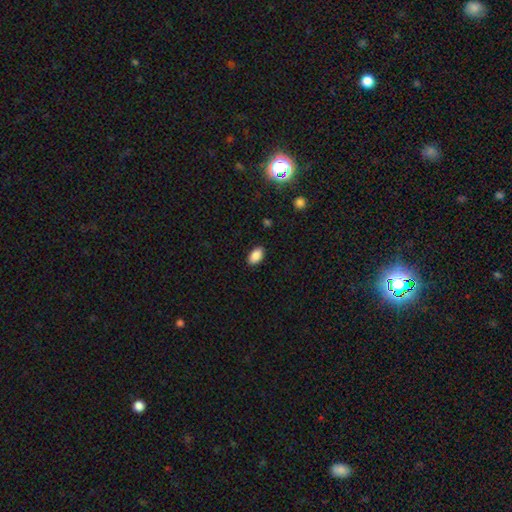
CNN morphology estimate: Overall: smooth (88%). How rounded: in between (93%). Merging: none (88%).